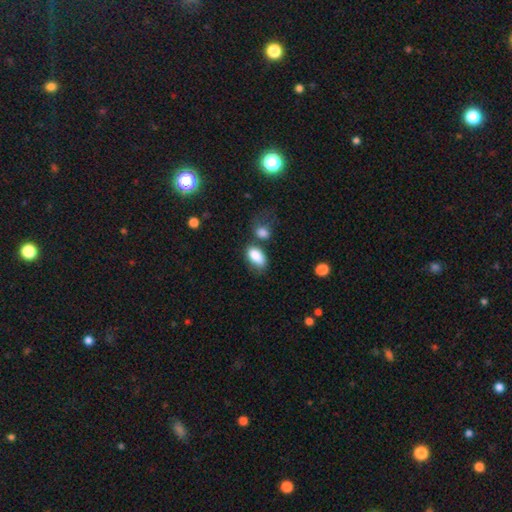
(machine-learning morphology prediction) This is clearly a smooth galaxy (86%). How rounded: clearly in between (91%). Merging: possibly none (49%).